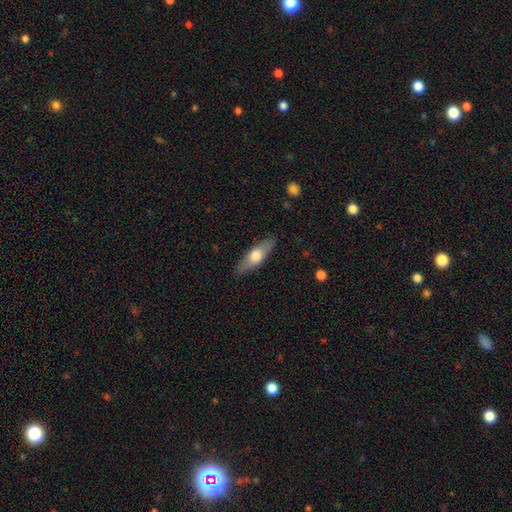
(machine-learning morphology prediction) Smooth or featured?
  - smooth: 59% *
  - featured or disk: 35%
  - star or artifact: 5%
How rounded?
  - in between: 52% *
  - cigar-shaped: 45%
  - round: 3%
Merging?
  - none: 87% *
  - minor disturbance: 10%
  - major disturbance: 2%
  - merger: 1%